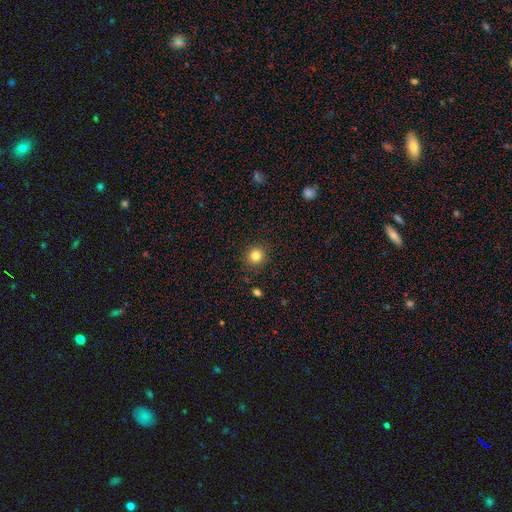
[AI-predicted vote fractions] smooth 83%, star or artifact 12%, featured or disk 5%. Down the decision tree: how rounded — round (90%); merging — none (89%).